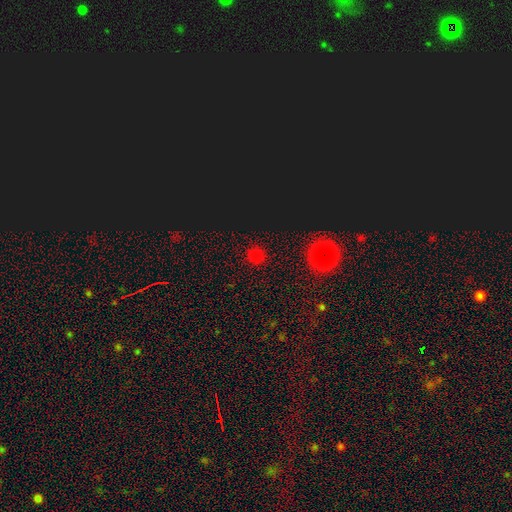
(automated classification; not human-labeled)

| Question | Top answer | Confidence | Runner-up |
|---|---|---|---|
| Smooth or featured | smooth | 67% | star or artifact (29%) |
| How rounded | round | 93% | in between (6%) |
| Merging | none | 91% | minor disturbance (6%) |